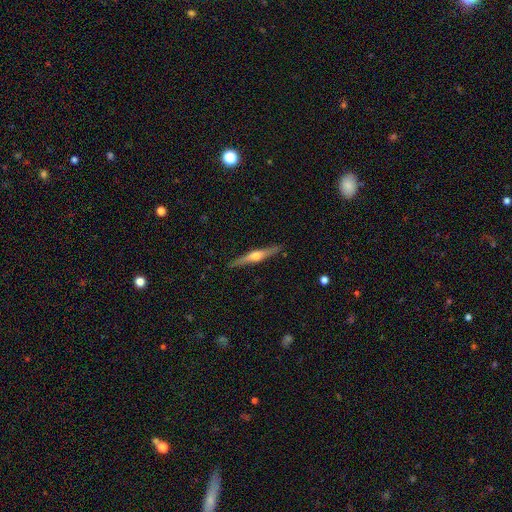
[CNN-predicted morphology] Smooth or featured? Predicted: featured or disk (p=0.74). Edge-on disk? Predicted: yes (p=0.98). Edge-on bulge? Predicted: rounded (p=0.93). Merging? Predicted: none (p=0.90).